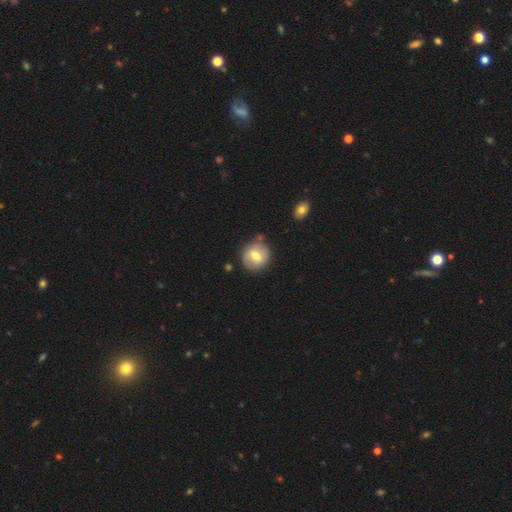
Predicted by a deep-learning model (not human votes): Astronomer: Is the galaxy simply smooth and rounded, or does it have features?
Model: smooth — 62%.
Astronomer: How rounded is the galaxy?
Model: round — 85%.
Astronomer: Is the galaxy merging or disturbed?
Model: none — 75%.